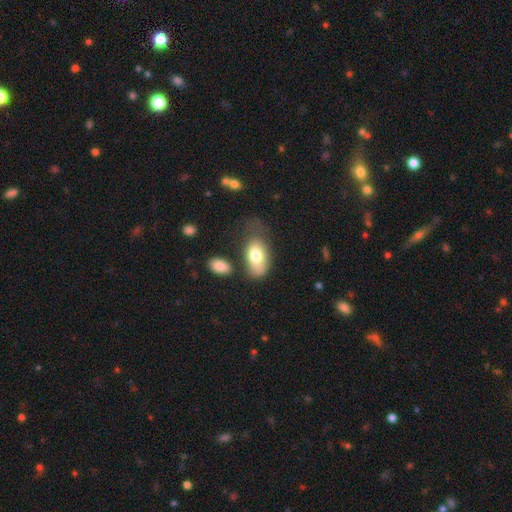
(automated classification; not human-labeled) The model was most divided on "merging": none: 42%, minor disturbance: 29%, major disturbance: 19%, merger: 10%. More confident: how rounded — in between (92%); smooth or featured — smooth (75%).